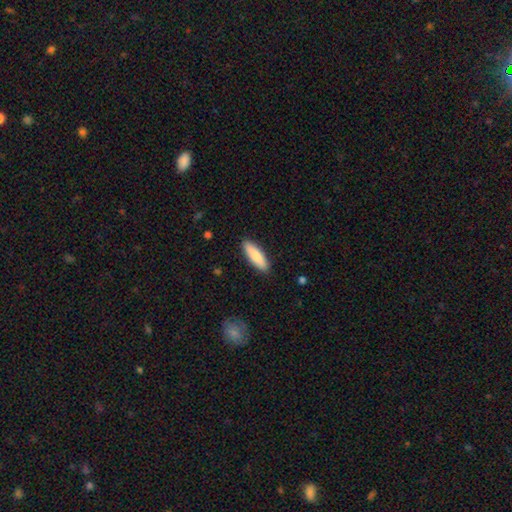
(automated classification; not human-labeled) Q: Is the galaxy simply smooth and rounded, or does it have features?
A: smooth — 85%.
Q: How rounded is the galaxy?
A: cigar-shaped — 58%.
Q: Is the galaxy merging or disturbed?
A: none — 90%.